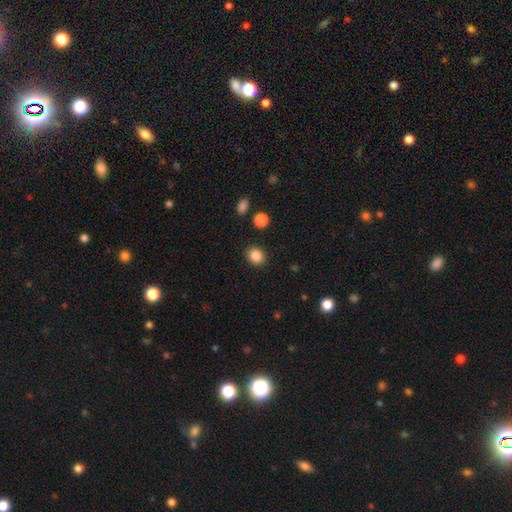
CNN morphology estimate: type=smooth (87%); roundness=round (69%); merging=none (89%).